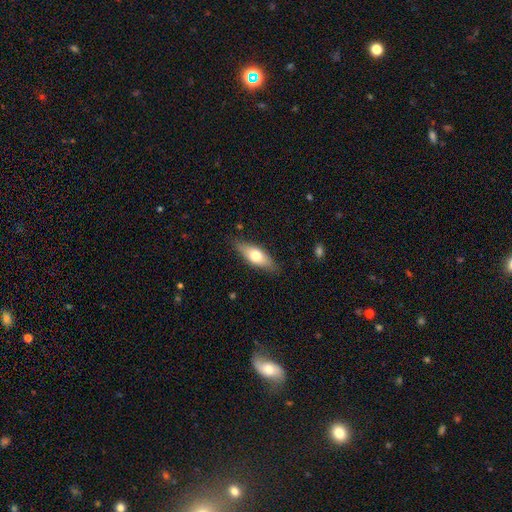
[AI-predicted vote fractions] Morphology: type=smooth (63%); roundness=in between (67%); merging=none (82%).